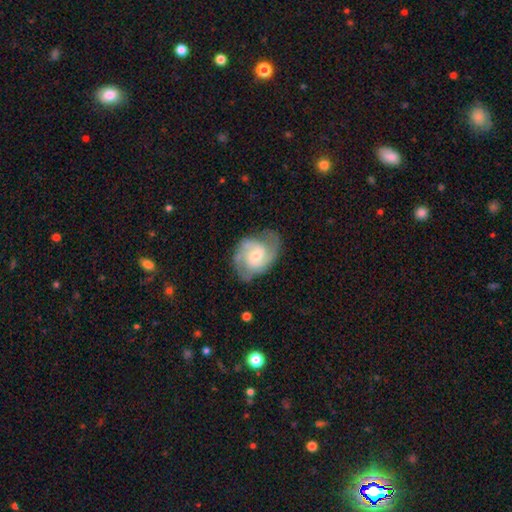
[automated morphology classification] A featured or disk galaxy (83%) with no bar (54%), 2 (57%) medium (50%) spiral arms (96%) and a small central bulge (48%).

Vote fractions:
- Smooth or featured? featured or disk: 83% / smooth: 12% / star or artifact: 5%
- Edge-on disk? no: 98% / yes: 2%
- Bar? no: 54% / weak: 39% / strong: 6%
- Spiral arms? yes: 96% / no: 4%
- Spiral winding? medium: 50% / tight: 36% / loose: 14%
- Spiral arm count? 2: 57% / 3: 22% / can't tell: 11% / 4: 4% / 1: 3% / more than 4: 3%
- Bulge size? small: 48% / moderate: 43% / large: 4% / none: 3% / dominant: 1%
- Merging? none: 69% / minor disturbance: 20% / major disturbance: 9% / merger: 1%